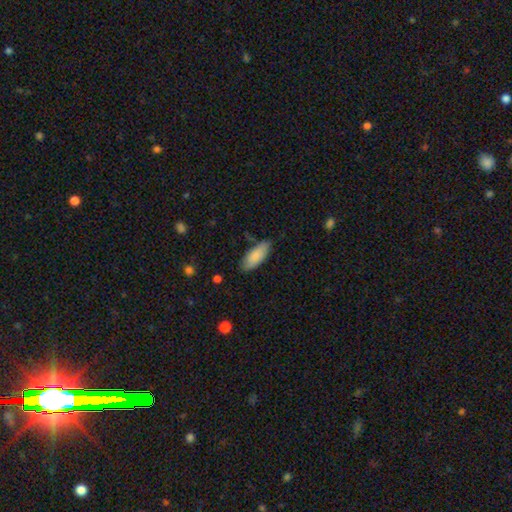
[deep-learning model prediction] Smooth or featured: smooth — 86% (featured or disk — 8%)
How rounded: in between — 78% (cigar-shaped — 21%)
Merging: none — 81% (minor disturbance — 15%)